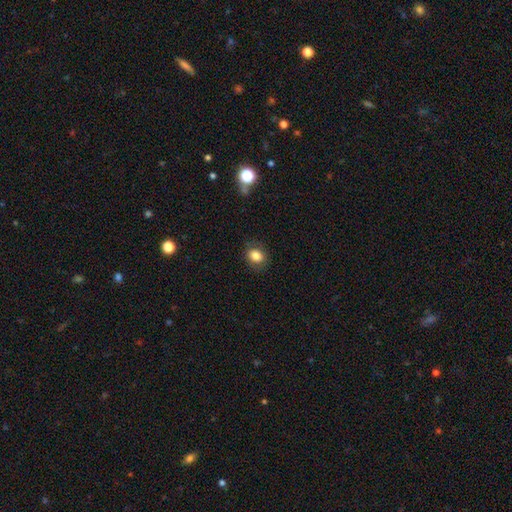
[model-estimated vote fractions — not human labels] A smooth galaxy with no disk features (82%) that is round (52%). Merging: none (84%).